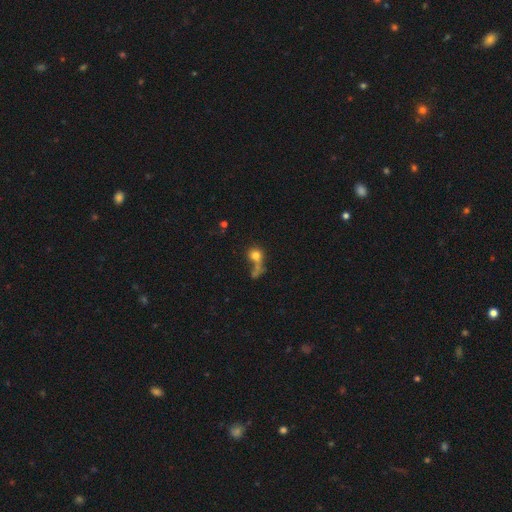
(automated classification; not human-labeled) Smooth or featured?
  - smooth: 72% *
  - featured or disk: 15%
  - star or artifact: 13%
How rounded?
  - round: 78% *
  - in between: 19%
  - cigar-shaped: 3%
Merging?
  - merger: 35% *
  - none: 33%
  - major disturbance: 20%
  - minor disturbance: 12%